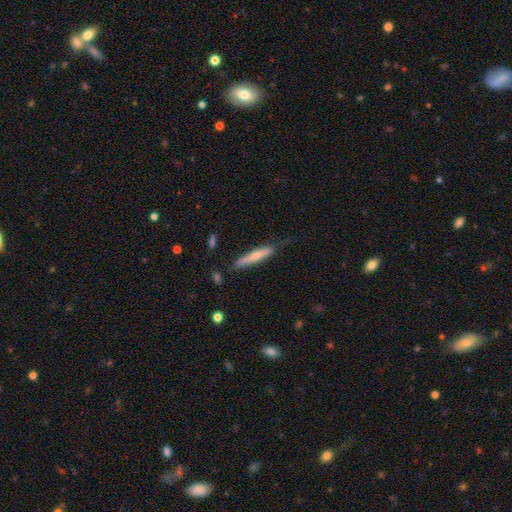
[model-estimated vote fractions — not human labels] The model was most divided on "smooth or featured": smooth: 64%, featured or disk: 30%, star or artifact: 6%. More confident: how rounded — cigar-shaped (91%); merging — none (72%).